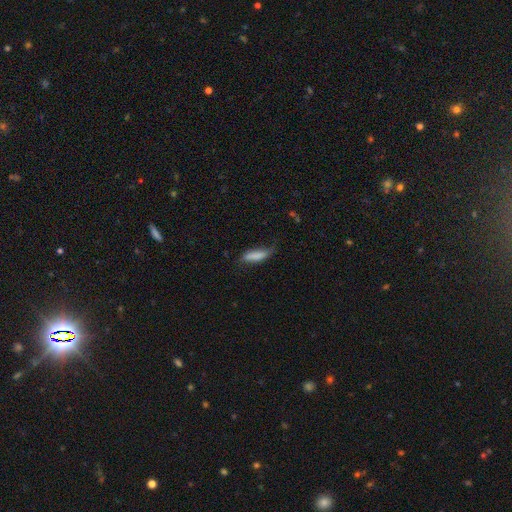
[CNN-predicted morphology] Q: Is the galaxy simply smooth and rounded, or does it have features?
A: smooth — 79%.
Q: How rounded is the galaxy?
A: cigar-shaped — 57%.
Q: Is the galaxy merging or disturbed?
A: none — 49%.